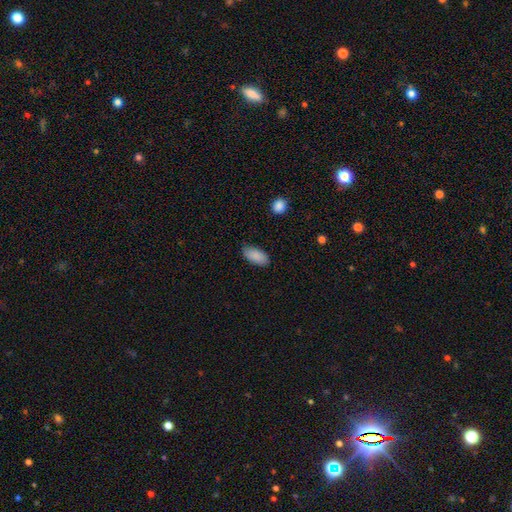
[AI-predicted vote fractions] Smooth or featured: smooth — 88% (star or artifact — 6%)
How rounded: in between — 92% (cigar-shaped — 5%)
Merging: none — 83% (minor disturbance — 14%)